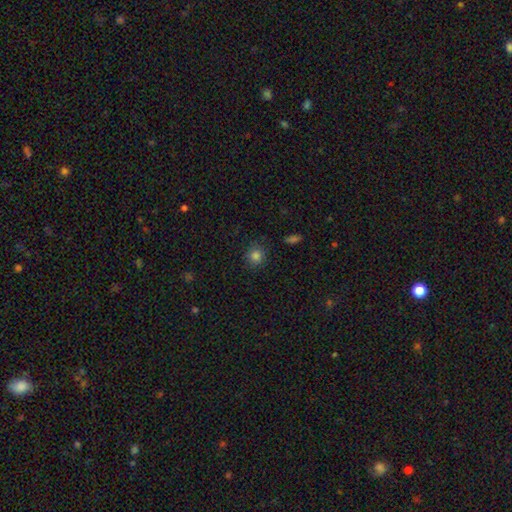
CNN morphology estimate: A smooth galaxy with no disk features (82%) that is round (87%). Merging: none (85%).